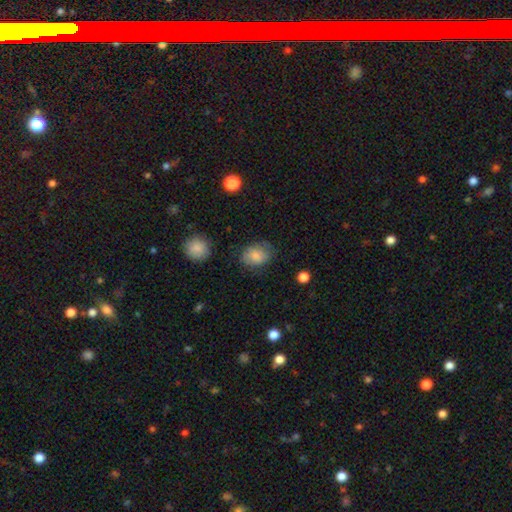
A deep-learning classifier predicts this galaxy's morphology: smooth-or-featured: smooth: 80% | featured or disk: 12% | star or artifact: 8%
  how-rounded: in between: 65% | round: 34% | cigar-shaped: 1%
  merging: none: 70% | minor disturbance: 21% | major disturbance: 7% | merger: 2%